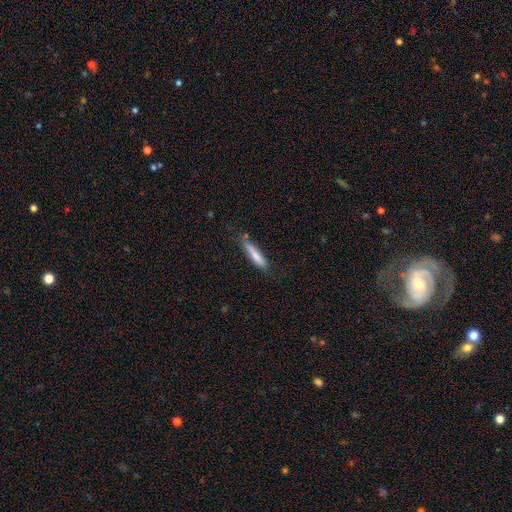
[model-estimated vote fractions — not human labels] This is likely a smooth galaxy (76%). How rounded: clearly cigar-shaped (88%). Merging: likely none (70%).